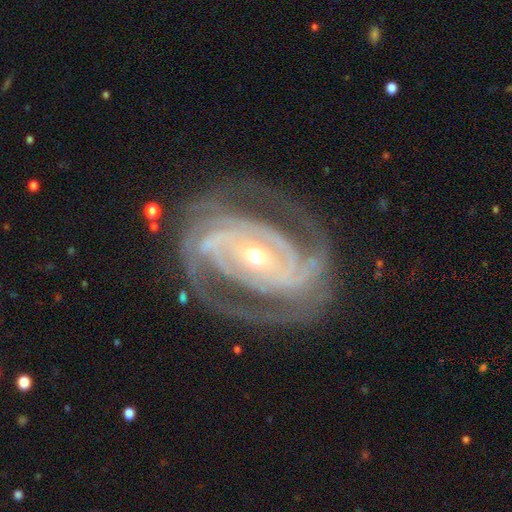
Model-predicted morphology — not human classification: Smooth or featured?
  - featured or disk: 91% *
  - star or artifact: 5%
  - smooth: 4%
Edge-on disk?
  - no: 96% *
  - yes: 4%
Bar?
  - strong: 38% *
  - no: 33%
  - weak: 29%
Spiral arms?
  - yes: 97% *
  - no: 3%
Spiral winding?
  - tight: 61% *
  - medium: 32%
  - loose: 6%
Spiral arm count?
  - 2: 53% *
  - 3: 19%
  - can't tell: 12%
  - 4: 6%
  - 1: 5%
  - more than 4: 5%
Bulge size?
  - small: 49% *
  - moderate: 46%
  - large: 3%
  - dominant: 1%
  - none: 1%
Merging?
  - none: 73% *
  - minor disturbance: 15%
  - major disturbance: 10%
  - merger: 1%